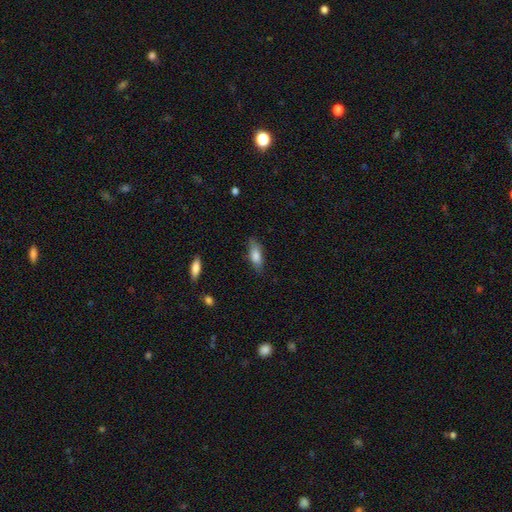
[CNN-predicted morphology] smooth-or-featured: smooth: 79% | featured or disk: 15% | star or artifact: 7%
  how-rounded: in between: 69% | cigar-shaped: 29% | round: 2%
  merging: none: 78% | minor disturbance: 17% | major disturbance: 4% | merger: 1%